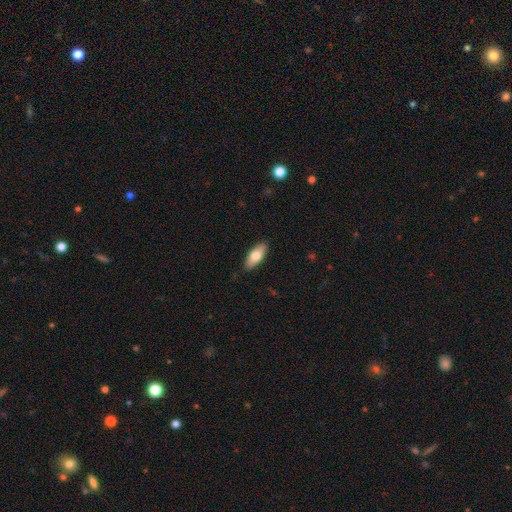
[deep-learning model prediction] Overall: smooth (72%). How rounded: in between (77%). Merging: none (87%).